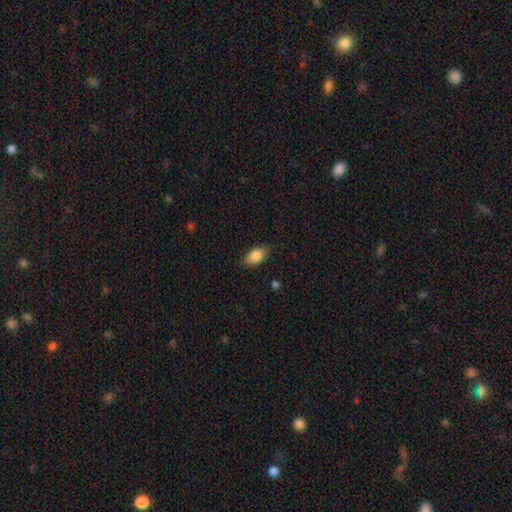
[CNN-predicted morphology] Smooth or featured: smooth — 86% (featured or disk — 7%)
How rounded: in between — 91% (round — 4%)
Merging: none — 85% (minor disturbance — 11%)